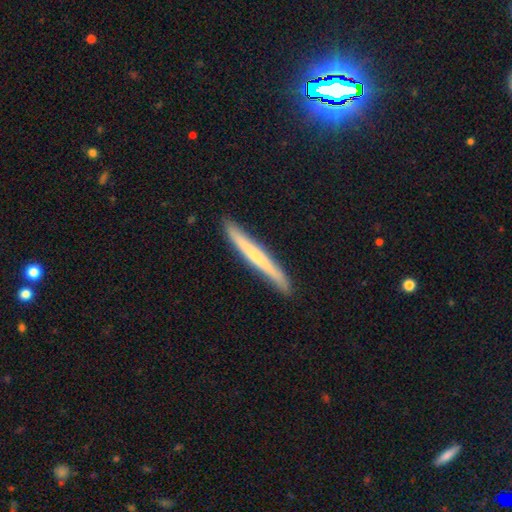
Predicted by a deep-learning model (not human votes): smooth_or_featured: featured or disk (p=0.49) [alt: smooth p=0.45]
merging: none (p=0.90) [alt: minor disturbance p=0.08]